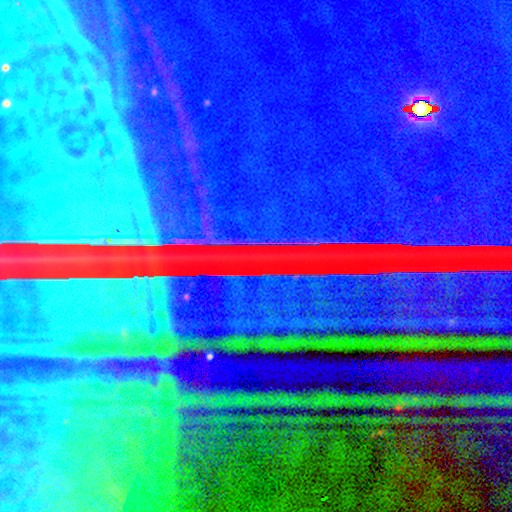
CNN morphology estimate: smooth-or-featured: star or artifact: 87% | featured or disk: 8% | smooth: 5%